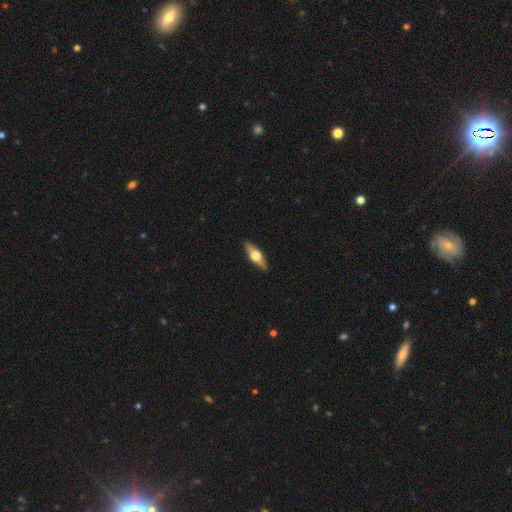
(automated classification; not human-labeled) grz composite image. It shows a featured or disk galaxy (55%) viewed edge-on (91%). Merging: none (90%).